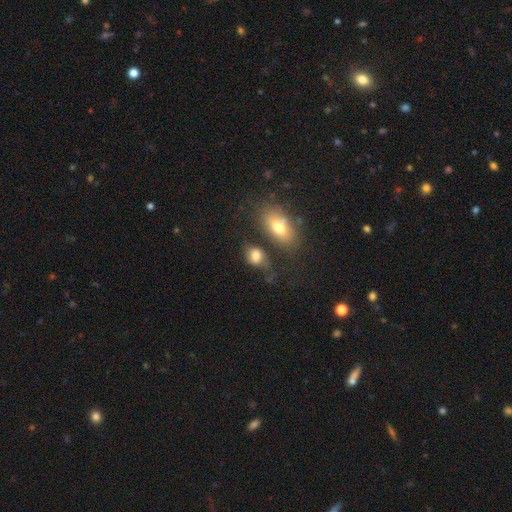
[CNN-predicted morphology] Smooth or featured? Predicted: smooth (p=0.77). How rounded? Predicted: in between (p=0.67). Merging? Predicted: none (p=0.48).